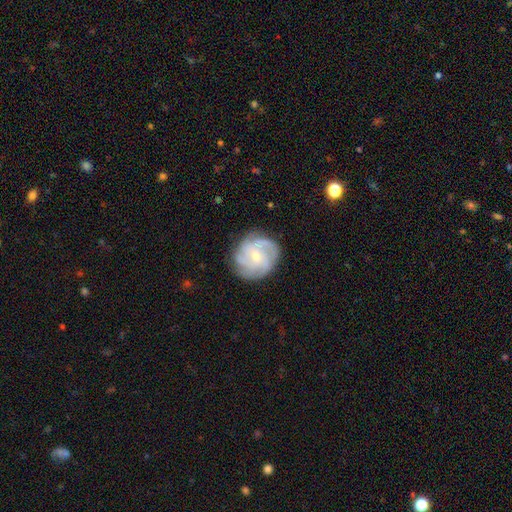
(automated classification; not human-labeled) featured or disk 83%, smooth 11%, star or artifact 6%. Down the decision tree: edge-on disk — no (98%); bar — no (65%); spiral arms — yes (97%); spiral arm count — 4 (33%); spiral winding — tight (56%); bulge size — small (57%); merging — none (80%).